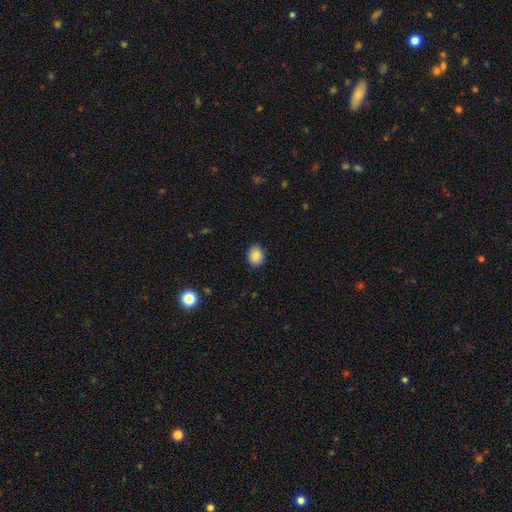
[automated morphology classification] smooth 88%, star or artifact 9%, featured or disk 3%. Down the decision tree: how rounded — in between (50%); merging — none (87%).